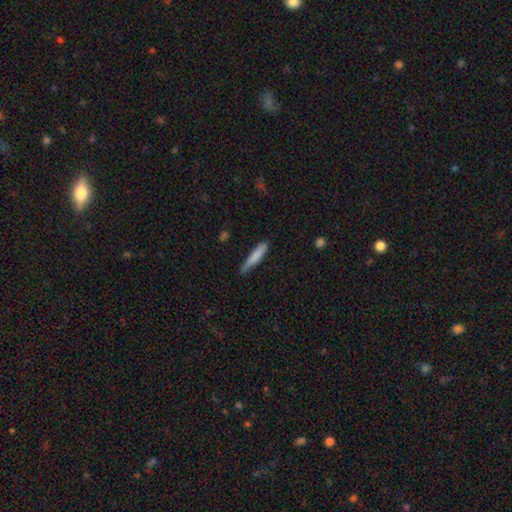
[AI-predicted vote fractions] Smooth or featured? smooth (80%)
How rounded? cigar-shaped (87%)
Merging? none (66%)